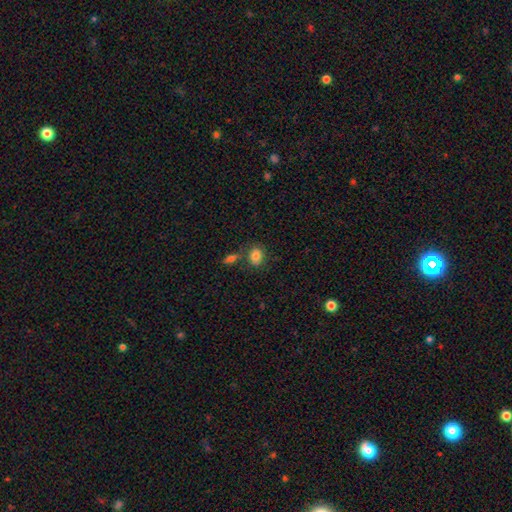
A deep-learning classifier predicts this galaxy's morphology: type=smooth (83%); roundness=in between (59%); merging=none (68%).